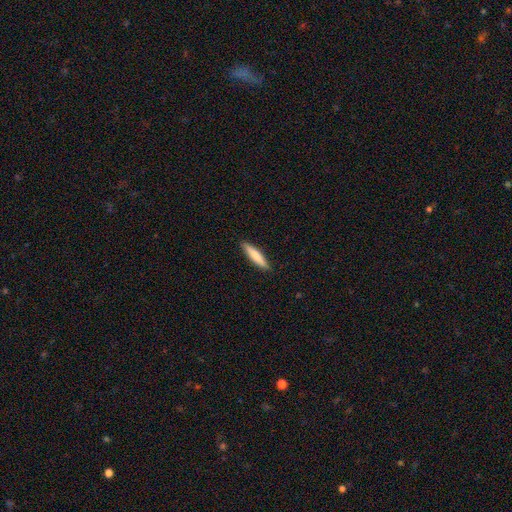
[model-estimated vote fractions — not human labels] Morphology: type=smooth (80%); roundness=cigar-shaped (87%); merging=none (91%).